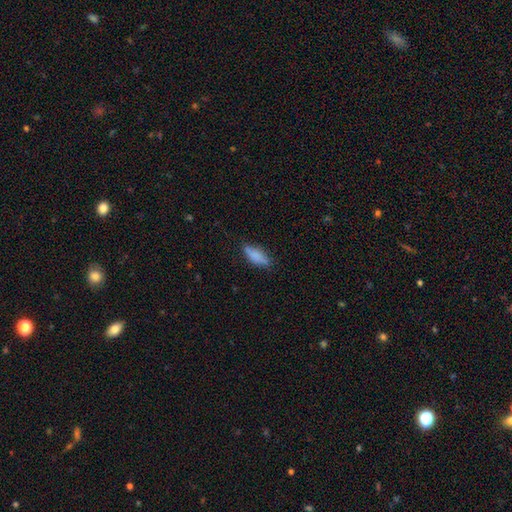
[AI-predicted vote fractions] Overall: smooth (77%). How rounded: in between (69%). Merging: none (66%).